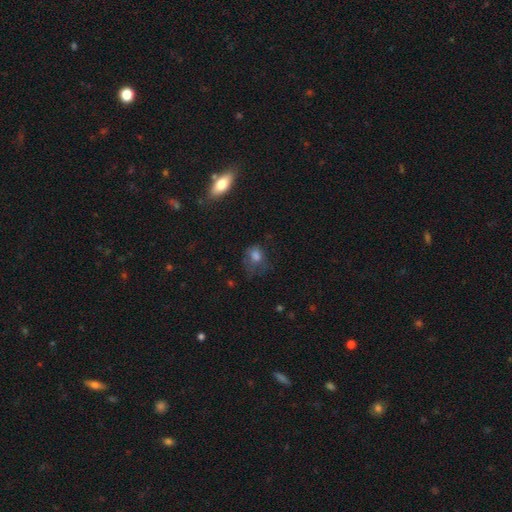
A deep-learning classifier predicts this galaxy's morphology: type=smooth (70%); roundness=in between (50%); merging=none (37%).